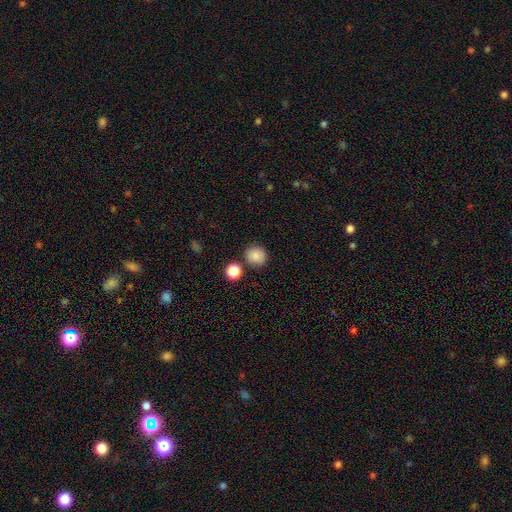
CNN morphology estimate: smooth_or_featured: smooth (p=0.84) [alt: star or artifact p=0.10]
how_rounded: round (p=0.89) [alt: in between p=0.10]
merging: none (p=0.81) [alt: minor disturbance p=0.09]